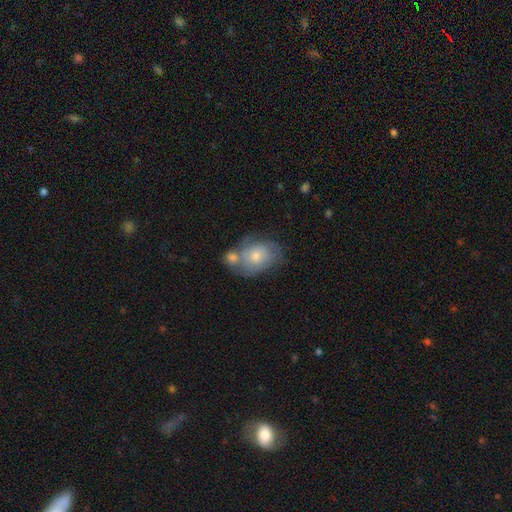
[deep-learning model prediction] This appears to be a featured or disk galaxy (51%). Merging: none (43%).